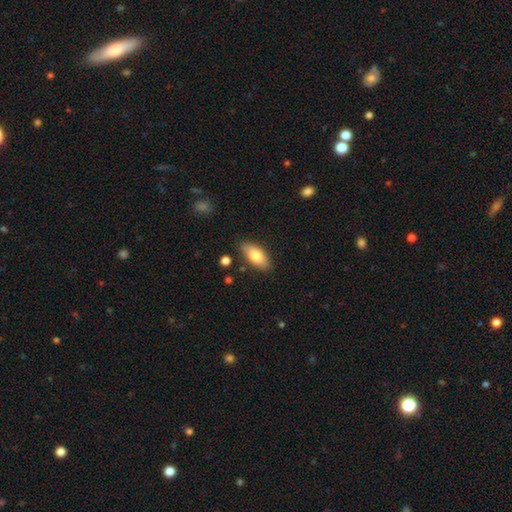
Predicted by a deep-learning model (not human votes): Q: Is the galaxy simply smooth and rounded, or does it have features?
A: smooth — 79%.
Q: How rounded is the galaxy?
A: in between — 87%.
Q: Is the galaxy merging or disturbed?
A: none — 81%.